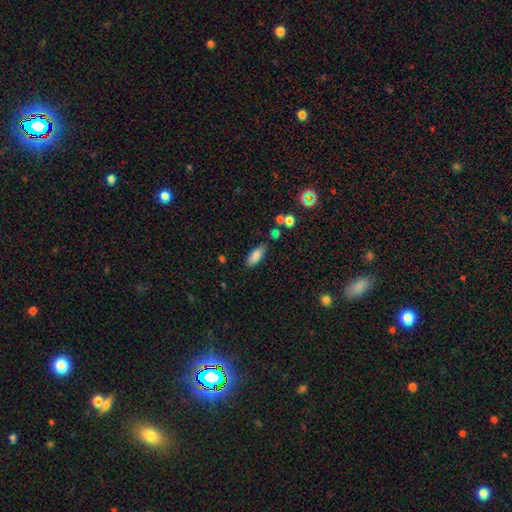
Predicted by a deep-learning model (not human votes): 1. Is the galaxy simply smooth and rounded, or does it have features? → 83% smooth, 9% featured or disk, 8% star or artifact.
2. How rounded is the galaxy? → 80% in between, 18% cigar-shaped, 2% round.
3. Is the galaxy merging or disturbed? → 73% none, 18% minor disturbance, 4% merger, 4% major disturbance.